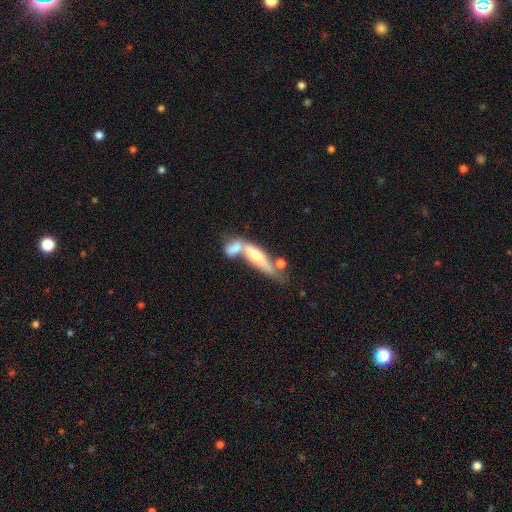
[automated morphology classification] Smooth or featured?
  - featured or disk: 47% *
  - smooth: 46%
  - star or artifact: 7%
Merging?
  - merger: 53% *
  - none: 26%
  - minor disturbance: 12%
  - major disturbance: 8%